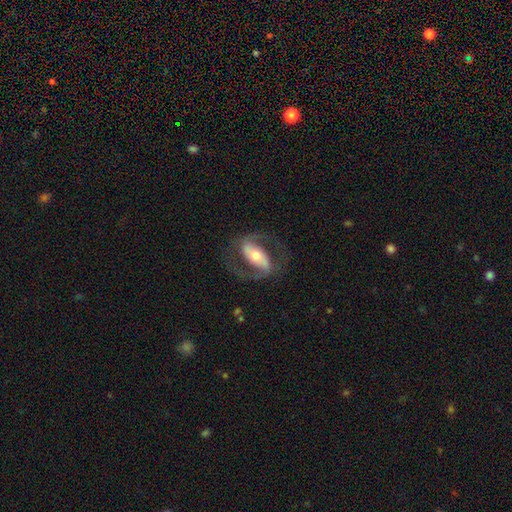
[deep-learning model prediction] Smooth or featured?
  - featured or disk: 84% *
  - smooth: 12%
  - star or artifact: 5%
Edge-on disk?
  - no: 94% *
  - yes: 6%
Bar?
  - strong: 60% *
  - weak: 24%
  - no: 15%
Spiral arms?
  - yes: 92% *
  - no: 8%
Spiral winding?
  - medium: 55% *
  - loose: 27%
  - tight: 18%
Spiral arm count?
  - 2: 91% *
  - can't tell: 3%
  - 1: 3%
  - 3: 1%
  - 4: 1%
  - more than 4: 1%
Bulge size?
  - moderate: 57% *
  - small: 30%
  - large: 10%
  - dominant: 2%
  - none: 2%
Merging?
  - none: 75% *
  - minor disturbance: 12%
  - major disturbance: 11%
  - merger: 1%